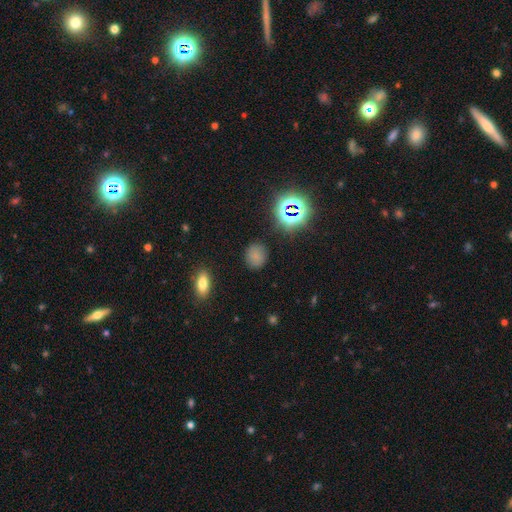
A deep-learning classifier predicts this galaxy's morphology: Q: Smooth or featured?
A: smooth (72%); runner-up: star or artifact (21%)
Q: How rounded?
A: round (73%); runner-up: in between (26%)
Q: Merging?
A: none (84%); runner-up: minor disturbance (11%)